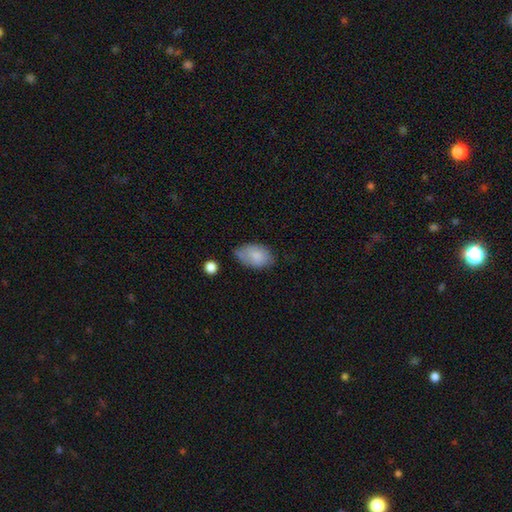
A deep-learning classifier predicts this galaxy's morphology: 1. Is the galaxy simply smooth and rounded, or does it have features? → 81% smooth, 12% featured or disk, 7% star or artifact.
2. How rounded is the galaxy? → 91% in between, 8% round, 1% cigar-shaped.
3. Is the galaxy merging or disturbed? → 55% none, 34% minor disturbance, 7% major disturbance, 4% merger.